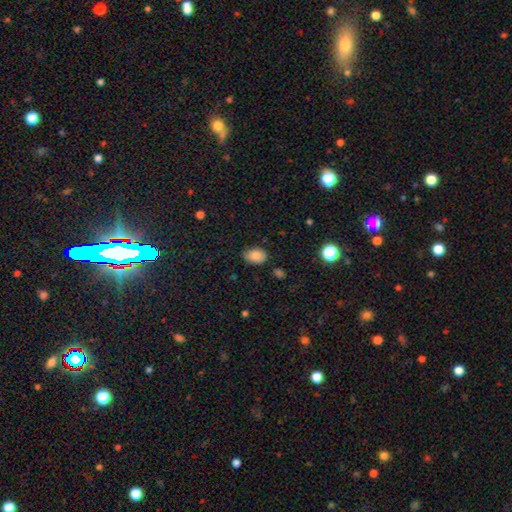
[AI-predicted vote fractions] This is clearly a smooth galaxy (85%). How rounded: clearly in between (82%). Merging: likely none (79%).